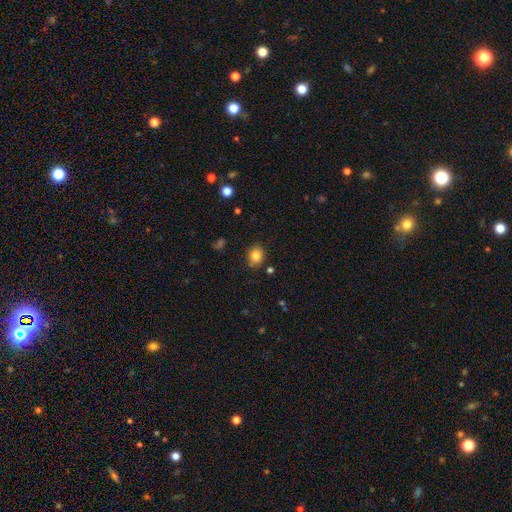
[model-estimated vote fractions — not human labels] The model was most divided on "how rounded": round: 64%, in between: 35%, cigar-shaped: 1%. More confident: merging — none (84%); smooth or featured — smooth (83%).